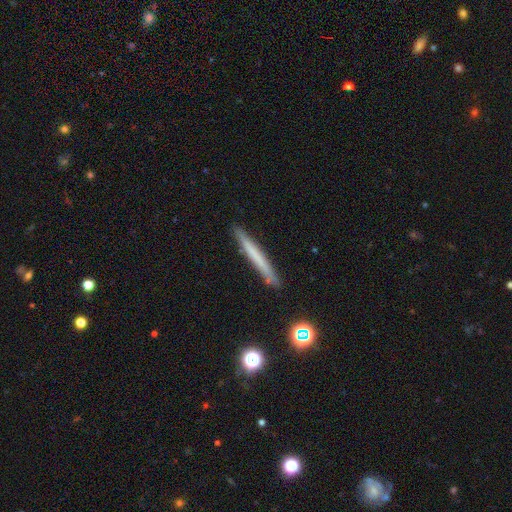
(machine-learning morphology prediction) smooth_or_featured: smooth (p=0.56) [alt: featured or disk p=0.37]
how_rounded: cigar-shaped (p=0.97) [alt: in between p=0.02]
merging: none (p=0.89) [alt: minor disturbance p=0.08]